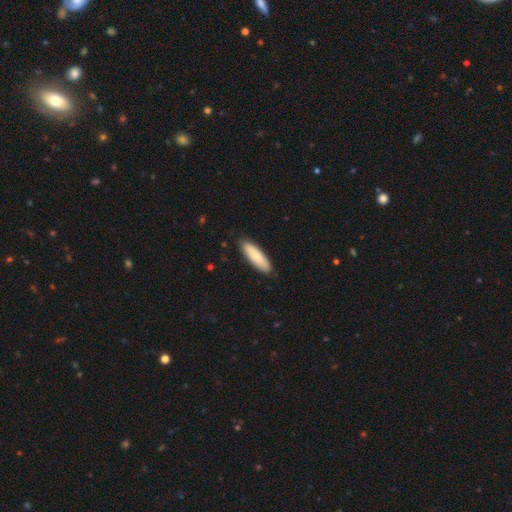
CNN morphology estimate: Smooth or featured: smooth — 85% (featured or disk — 10%)
How rounded: cigar-shaped — 53% (in between — 45%)
Merging: none — 87% (minor disturbance — 10%)